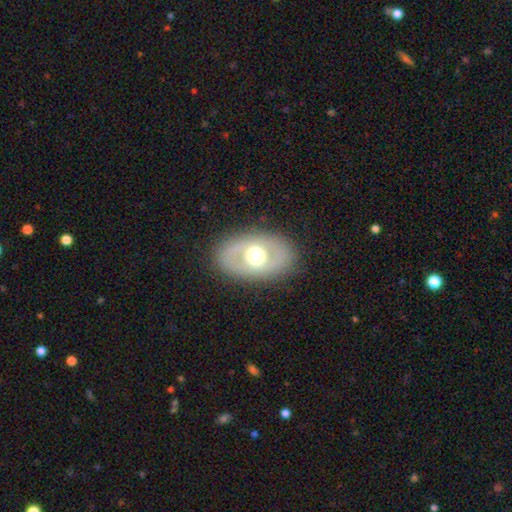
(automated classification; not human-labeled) featured or disk 57%, smooth 37%, star or artifact 6%. Down the decision tree: edge-on disk — no (91%); bar — no (76%); spiral arms — no (77%); bulge size — moderate (59%); merging — none (84%).